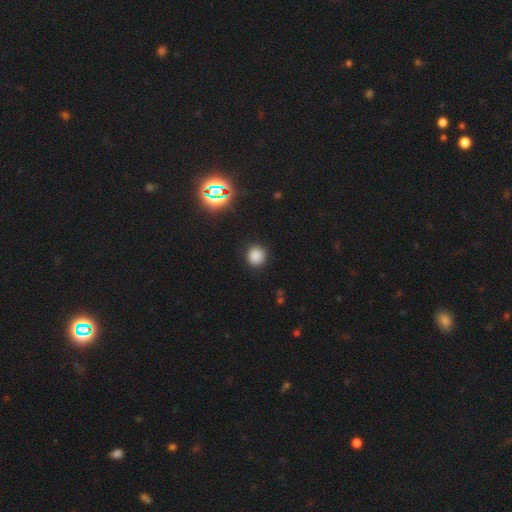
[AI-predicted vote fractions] Q: Smooth or featured?
A: smooth (81%); runner-up: star or artifact (15%)
Q: How rounded?
A: round (90%); runner-up: in between (9%)
Q: Merging?
A: none (89%); runner-up: minor disturbance (7%)